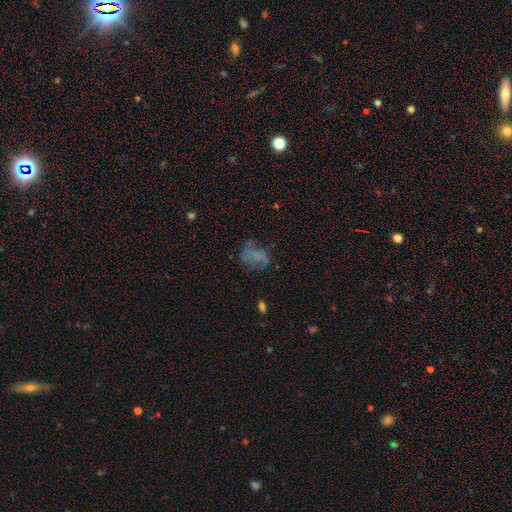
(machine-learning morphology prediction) The model was most divided on "smooth or featured": smooth: 49%, featured or disk: 33%, star or artifact: 18%. Remaining: merging — none (46%).